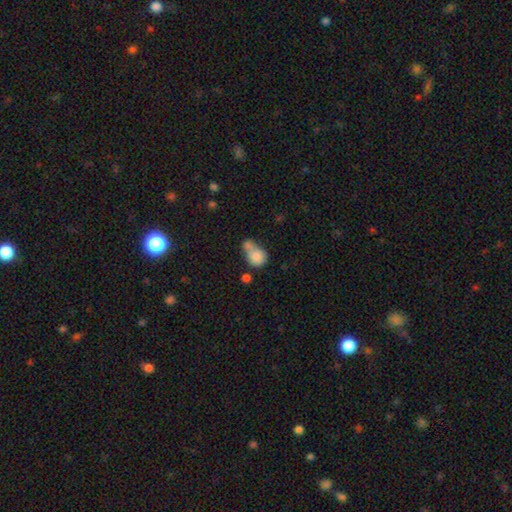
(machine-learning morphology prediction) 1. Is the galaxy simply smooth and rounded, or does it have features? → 80% smooth, 10% featured or disk, 9% star or artifact.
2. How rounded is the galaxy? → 60% round, 38% in between, 1% cigar-shaped.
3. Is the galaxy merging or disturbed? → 56% merger, 25% none, 12% minor disturbance, 7% major disturbance.